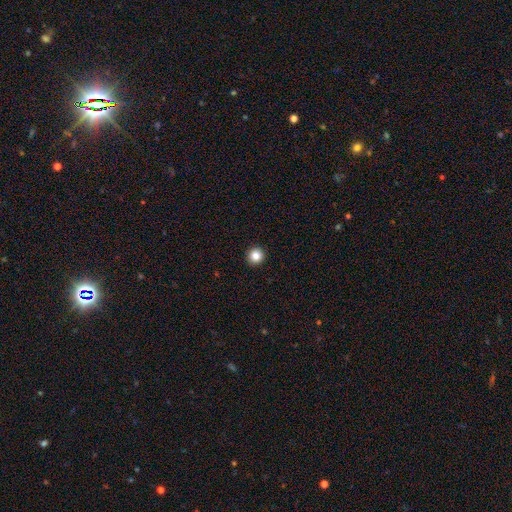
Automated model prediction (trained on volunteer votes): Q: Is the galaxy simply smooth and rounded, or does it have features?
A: smooth — 84%.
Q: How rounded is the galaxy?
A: round — 95%.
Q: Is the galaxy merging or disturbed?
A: none — 94%.